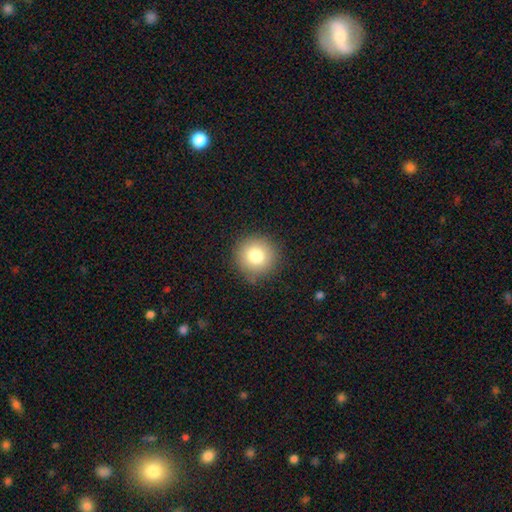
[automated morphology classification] smooth 79%, star or artifact 11%, featured or disk 10%. Down the decision tree: how rounded — round (94%); merging — none (88%).